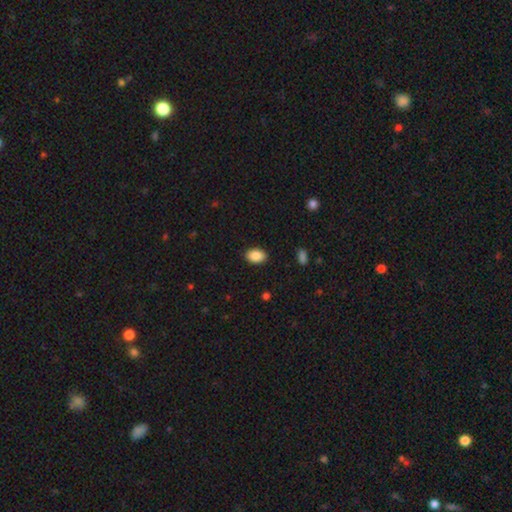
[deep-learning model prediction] Overall: smooth (89%). How rounded: in between (85%). Merging: none (90%).